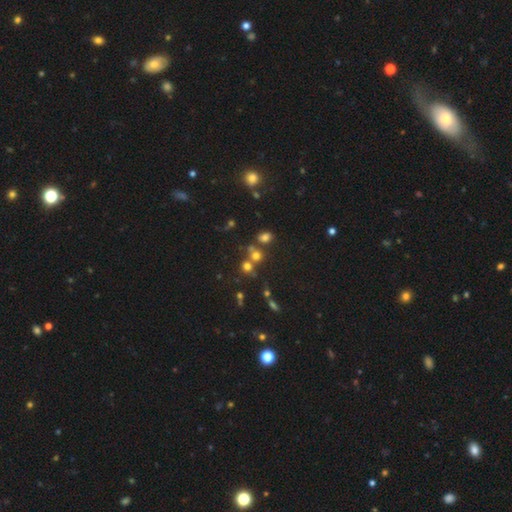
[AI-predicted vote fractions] smooth_or_featured: smooth (p=0.61) [alt: star or artifact p=0.27]
how_rounded: round (p=0.80) [alt: in between p=0.19]
merging: none (p=0.55) [alt: merger p=0.31]